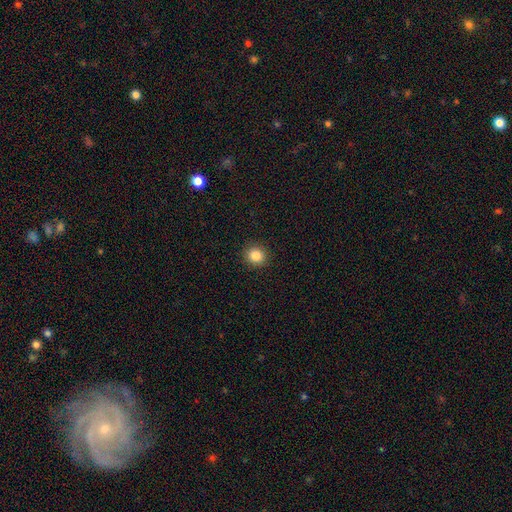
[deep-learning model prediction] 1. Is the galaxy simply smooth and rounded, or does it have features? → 85% smooth, 11% star or artifact, 5% featured or disk.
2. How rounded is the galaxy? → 89% round, 10% in between, 1% cigar-shaped.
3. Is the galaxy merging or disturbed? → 92% none, 5% minor disturbance, 2% major disturbance, 1% merger.